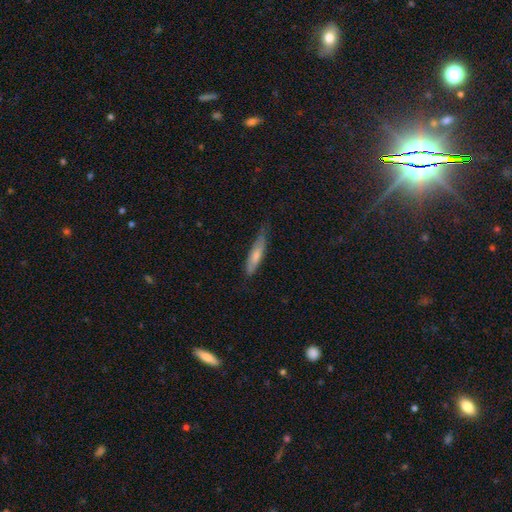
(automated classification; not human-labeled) smooth_or_featured: smooth (p=0.69) [alt: featured or disk p=0.26]
how_rounded: cigar-shaped (p=0.75) [alt: in between p=0.24]
merging: none (p=0.63) [alt: minor disturbance p=0.29]